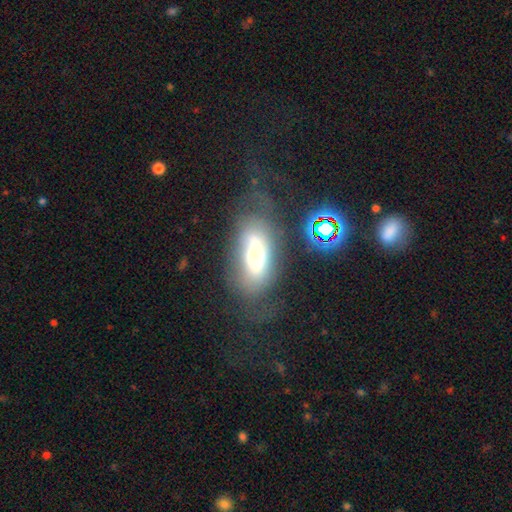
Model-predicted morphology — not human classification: This is possibly a smooth galaxy (52%). How rounded: clearly in between (83%). Merging: marginally none (40%).